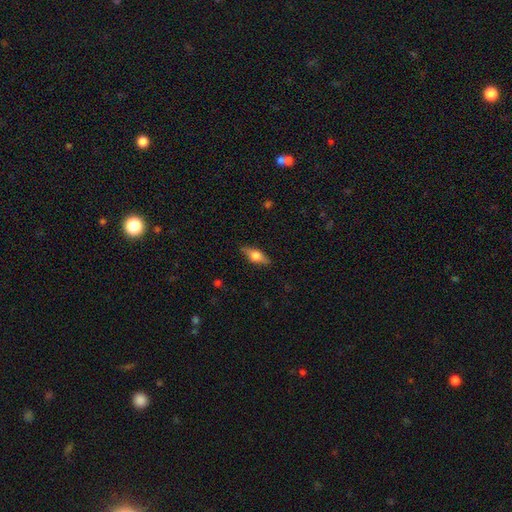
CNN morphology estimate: The model was most divided on "smooth or featured": smooth: 47%, featured or disk: 45%, star or artifact: 7%. More confident: merging — none (86%).